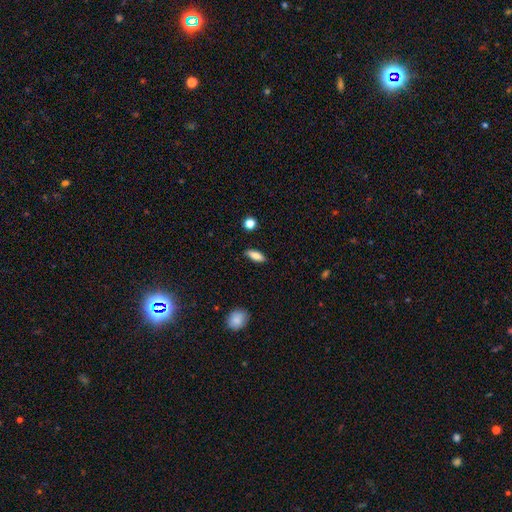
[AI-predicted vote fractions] Smooth or featured? Predicted: smooth (p=0.77). How rounded? Predicted: in between (p=0.69). Merging? Predicted: none (p=0.86).